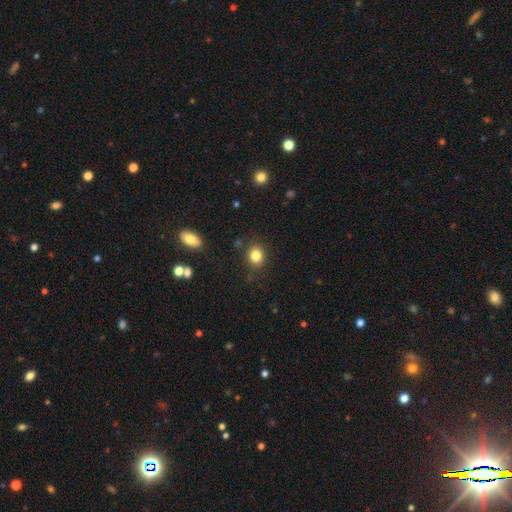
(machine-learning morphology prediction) A smooth galaxy with no disk features (83%) that is round (72%). Merging: none (85%).